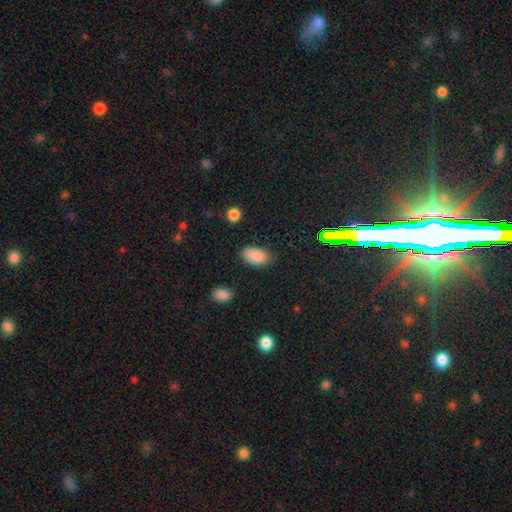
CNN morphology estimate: Smooth or featured? Predicted: smooth (p=0.88). How rounded? Predicted: in between (p=0.94). Merging? Predicted: none (p=0.80).